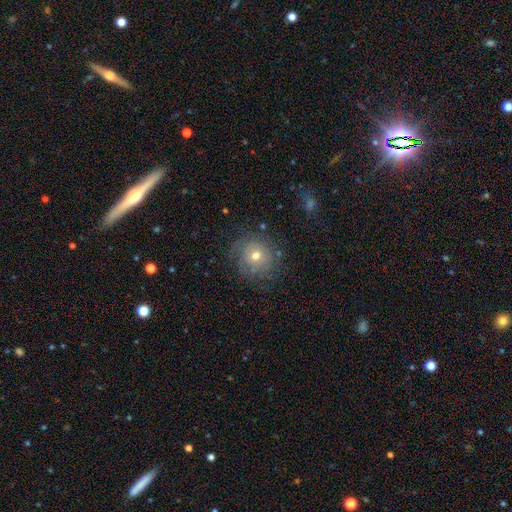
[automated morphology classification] Smooth or featured? Predicted: smooth (p=0.47). Merging? Predicted: none (p=0.73).